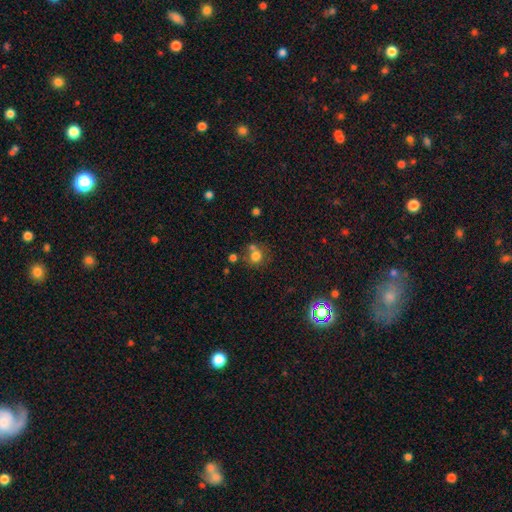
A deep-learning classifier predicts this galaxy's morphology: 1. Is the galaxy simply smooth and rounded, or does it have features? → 74% smooth, 15% star or artifact, 11% featured or disk.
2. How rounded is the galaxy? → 81% round, 18% in between, 1% cigar-shaped.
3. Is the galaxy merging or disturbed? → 54% none, 28% merger, 12% minor disturbance, 6% major disturbance.